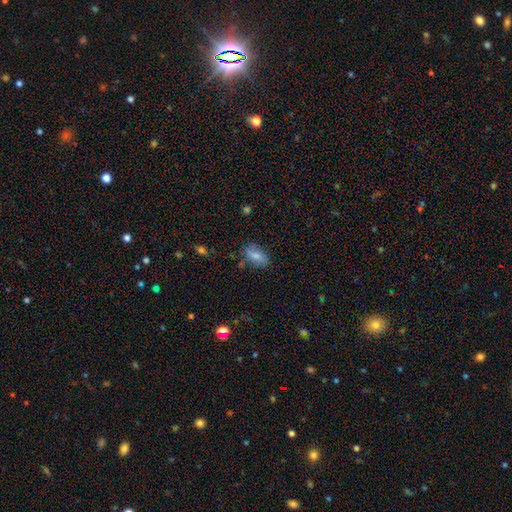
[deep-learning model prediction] This appears to be a smooth galaxy with no disk features (80%) that is in between round and cigar-shaped (87%). Merging: none (73%).